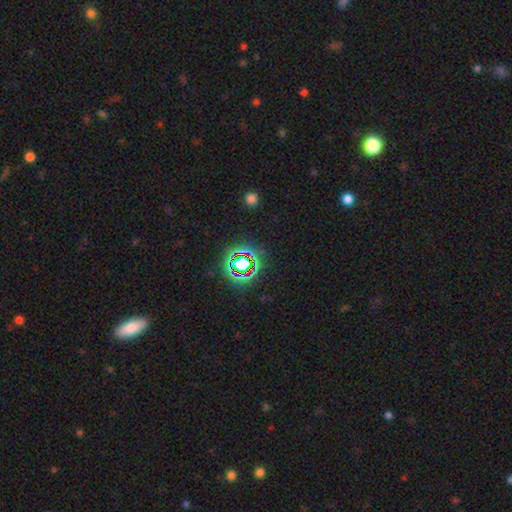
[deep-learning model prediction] star or artifact 70%, smooth 16%, featured or disk 14%.